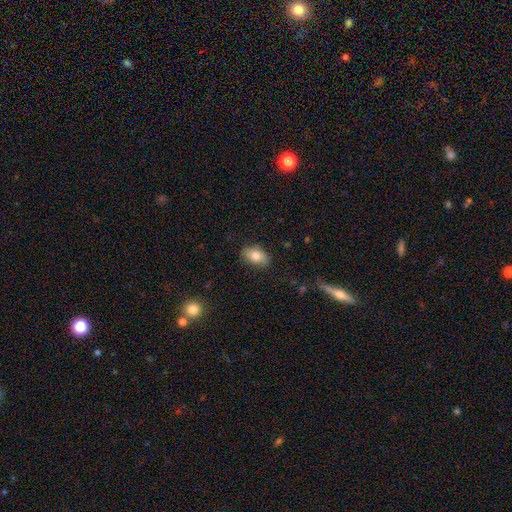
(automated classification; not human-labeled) Q: Smooth or featured?
A: smooth (80%); runner-up: featured or disk (13%)
Q: How rounded?
A: in between (88%); runner-up: round (10%)
Q: Merging?
A: none (80%); runner-up: minor disturbance (16%)